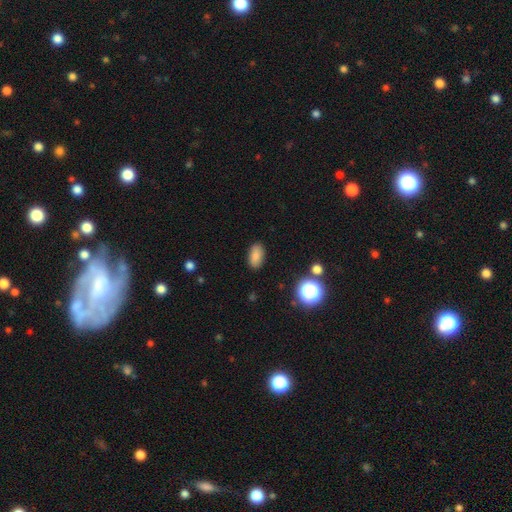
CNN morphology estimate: This is clearly a smooth galaxy (83%). How rounded: clearly in between (90%). Merging: clearly none (87%).